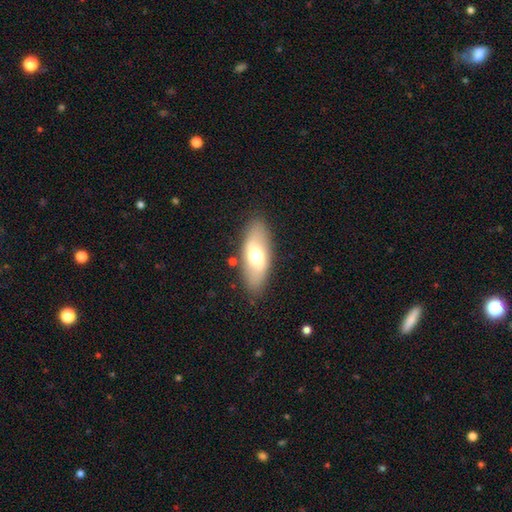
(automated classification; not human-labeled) The model was most divided on "smooth or featured": smooth: 61%, featured or disk: 33%, star or artifact: 6%. More confident: merging — none (84%); how rounded — in between (82%).